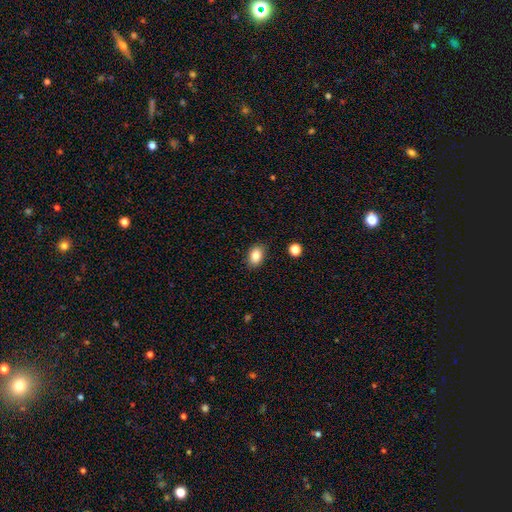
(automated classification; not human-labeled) smooth_or_featured: smooth (p=0.85) [alt: star or artifact p=0.09]
how_rounded: in between (p=0.83) [alt: round p=0.16]
merging: none (p=0.85) [alt: minor disturbance p=0.11]